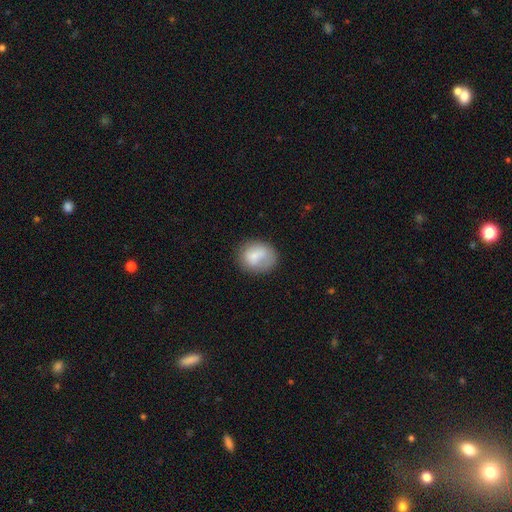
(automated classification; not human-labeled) Q: Smooth or featured?
A: smooth (74%); runner-up: featured or disk (18%)
Q: How rounded?
A: round (54%); runner-up: in between (45%)
Q: Merging?
A: none (58%); runner-up: minor disturbance (23%)